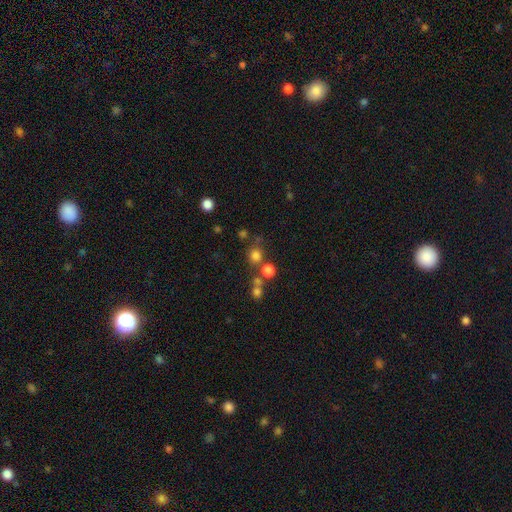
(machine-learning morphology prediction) type=smooth (75%); roundness=round (89%); merging=none (70%).